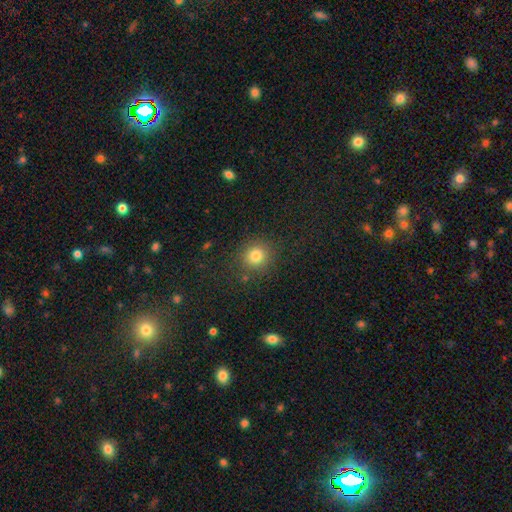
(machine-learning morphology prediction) This appears to be a smooth galaxy with no disk features (80%) that is round (89%). Merging: none (85%).